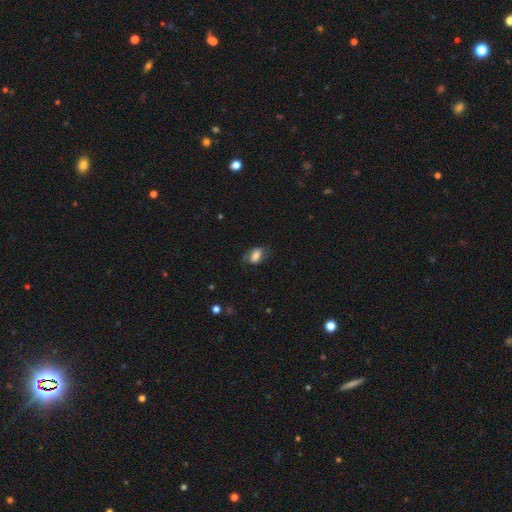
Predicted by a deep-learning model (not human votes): Q: Smooth or featured?
A: smooth (75%); runner-up: featured or disk (16%)
Q: How rounded?
A: in between (87%); runner-up: round (11%)
Q: Merging?
A: none (62%); runner-up: minor disturbance (25%)